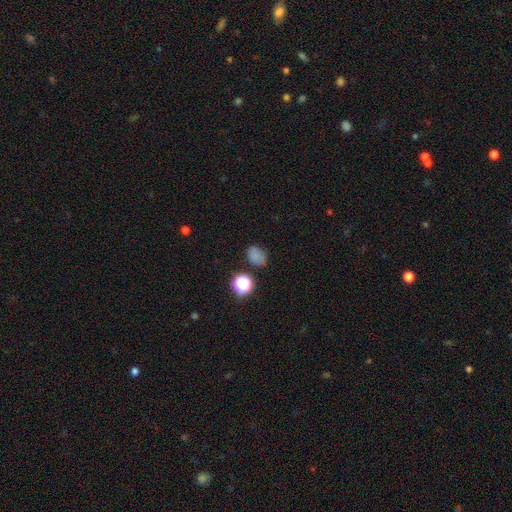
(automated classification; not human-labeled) Smooth or featured?
  - smooth: 74% *
  - star or artifact: 20%
  - featured or disk: 6%
How rounded?
  - in between: 65% *
  - round: 34%
  - cigar-shaped: 1%
Merging?
  - none: 74% *
  - minor disturbance: 17%
  - major disturbance: 5%
  - merger: 4%